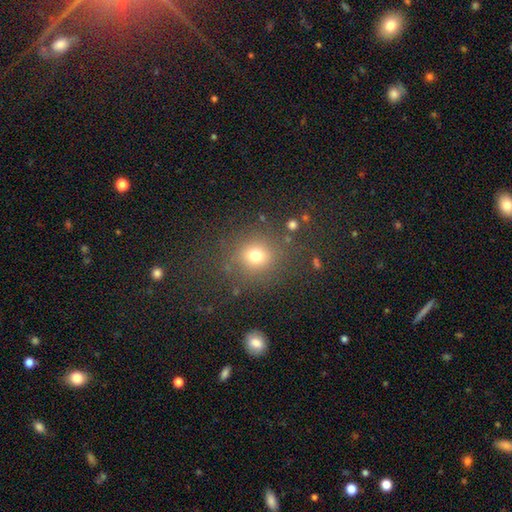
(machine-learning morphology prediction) smooth_or_featured: smooth (p=0.73) [alt: star or artifact p=0.19]
how_rounded: round (p=0.85) [alt: in between p=0.14]
merging: none (p=0.80) [alt: minor disturbance p=0.10]